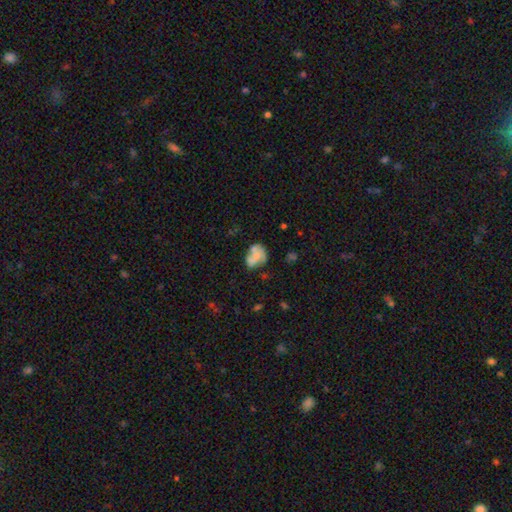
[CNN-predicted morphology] A featured or disk galaxy (45%, tied with smooth). Merging: none (39%).